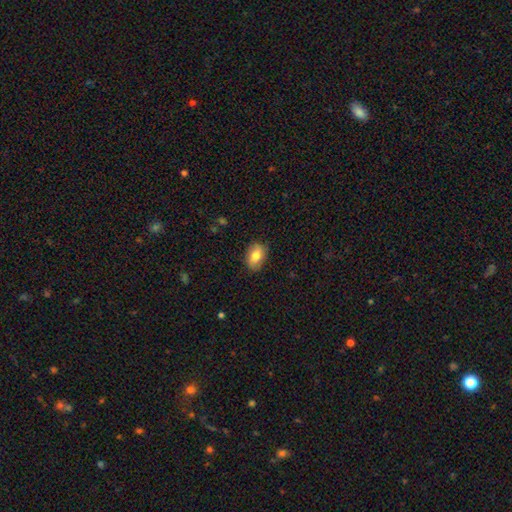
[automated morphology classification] The model was most divided on "smooth or featured": smooth: 77%, featured or disk: 16%, star or artifact: 7%. More confident: how rounded — in between (87%); merging — none (82%).